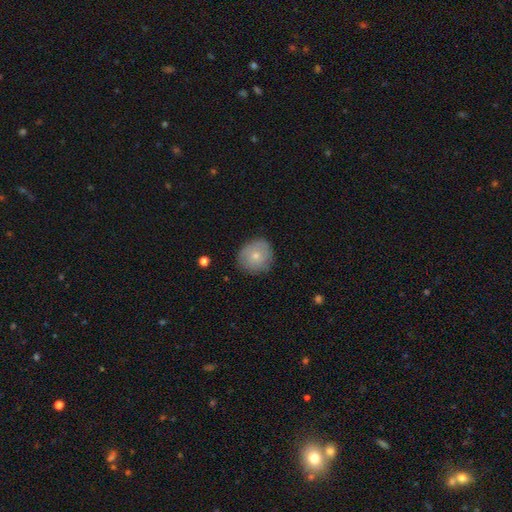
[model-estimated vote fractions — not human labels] A smooth galaxy with no disk features (71%) that is round (89%).

Vote fractions:
- Smooth or featured? smooth: 71% / featured or disk: 22% / star or artifact: 7%
- How rounded? round: 89% / in between: 10% / cigar-shaped: 1%
- Merging? none: 81% / minor disturbance: 14% / major disturbance: 3% / merger: 1%